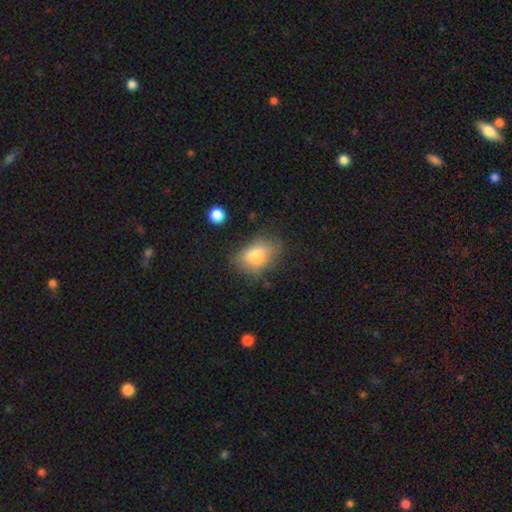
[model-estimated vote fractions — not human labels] Smooth or featured?
  - smooth: 76% *
  - featured or disk: 15%
  - star or artifact: 9%
How rounded?
  - in between: 81% *
  - round: 17%
  - cigar-shaped: 2%
Merging?
  - none: 59% *
  - minor disturbance: 28%
  - major disturbance: 10%
  - merger: 3%